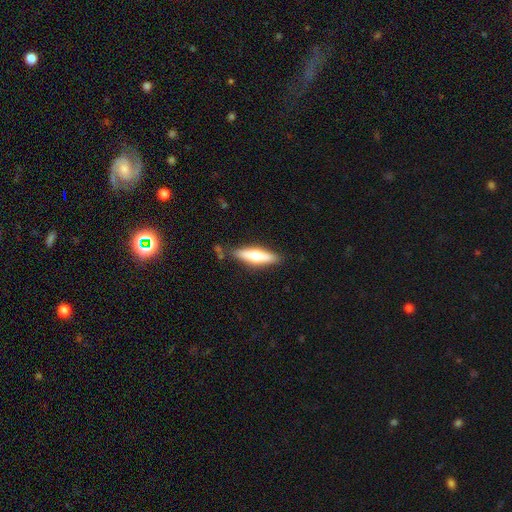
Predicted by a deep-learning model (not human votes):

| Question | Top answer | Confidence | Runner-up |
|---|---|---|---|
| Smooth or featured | smooth | 50% | featured or disk (44%) |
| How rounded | cigar-shaped | 69% | in between (29%) |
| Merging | none | 82% | minor disturbance (12%) |